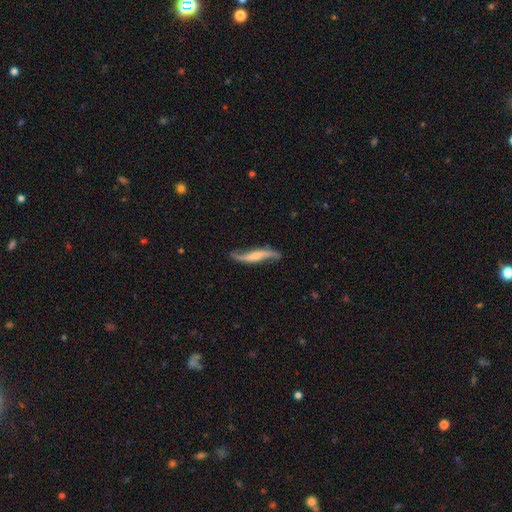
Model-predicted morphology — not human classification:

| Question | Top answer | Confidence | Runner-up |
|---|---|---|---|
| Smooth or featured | featured or disk | 80% | smooth (15%) |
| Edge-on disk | no | 74% | yes (26%) |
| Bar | no | 43% | weak (32%) |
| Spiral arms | yes | 94% | no (6%) |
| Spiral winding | loose | 89% | medium (8%) |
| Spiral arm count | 2 | 92% | 1 (3%) |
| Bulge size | small | 37% | none (30%) |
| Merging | none | 74% | minor disturbance (17%) |